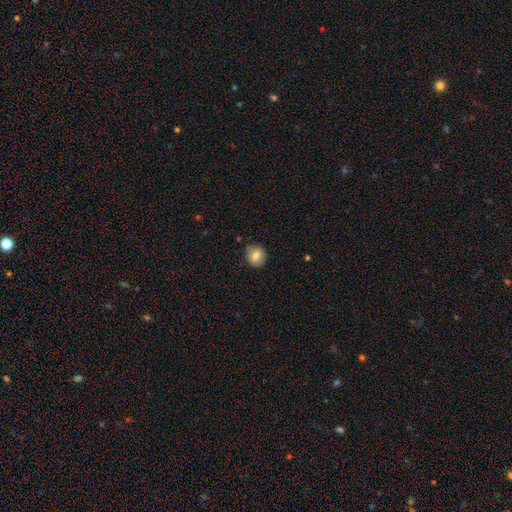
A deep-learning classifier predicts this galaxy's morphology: A smooth galaxy with no disk features (77%) that is round (88%).

Vote fractions:
- Smooth or featured? smooth: 77% / featured or disk: 14% / star or artifact: 9%
- How rounded? round: 88% / in between: 11% / cigar-shaped: 1%
- Merging? none: 83% / minor disturbance: 13% / major disturbance: 2% / merger: 2%